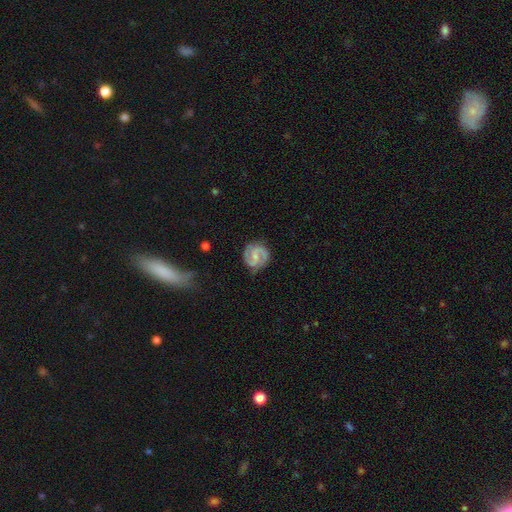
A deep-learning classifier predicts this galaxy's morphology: A featured or disk galaxy (86%) with a weak bar (52%), 2 (91%) medium (51%) spiral arms (97%) and a small central bulge (57%).

Vote fractions:
- Smooth or featured? featured or disk: 86% / smooth: 10% / star or artifact: 5%
- Edge-on disk? no: 98% / yes: 2%
- Bar? weak: 52% / no: 31% / strong: 17%
- Spiral arms? yes: 97% / no: 3%
- Spiral winding? medium: 51% / tight: 37% / loose: 12%
- Spiral arm count? 2: 91% / can't tell: 3% / 3: 2% / 1: 1% / 4: 1% / more than 4: 1%
- Bulge size? small: 57% / moderate: 28% / none: 13% / large: 1% / dominant: 1%
- Merging? none: 79% / minor disturbance: 15% / major disturbance: 4% / merger: 1%